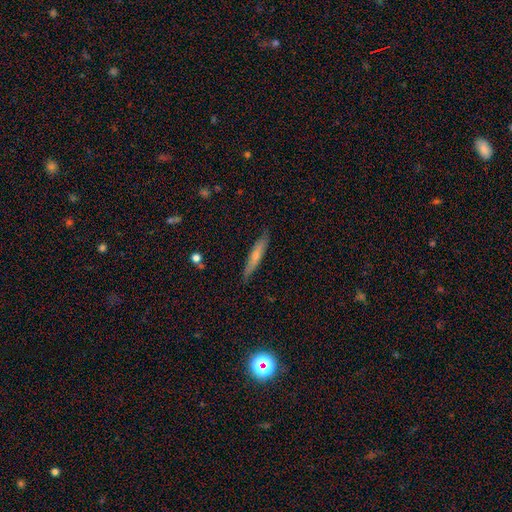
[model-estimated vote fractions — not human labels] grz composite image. It shows a smooth galaxy with no disk features (64%) that is cigar-shaped (90%). Merging: none (85%).